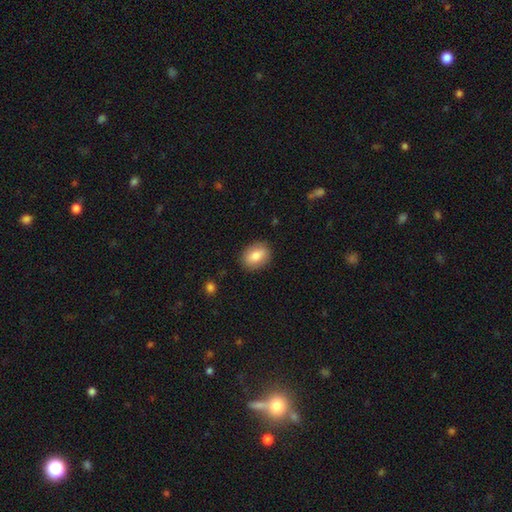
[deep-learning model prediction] smooth_or_featured: smooth (p=0.82) [alt: featured or disk p=0.11]
how_rounded: in between (p=0.70) [alt: round p=0.29]
merging: none (p=0.87) [alt: minor disturbance p=0.09]